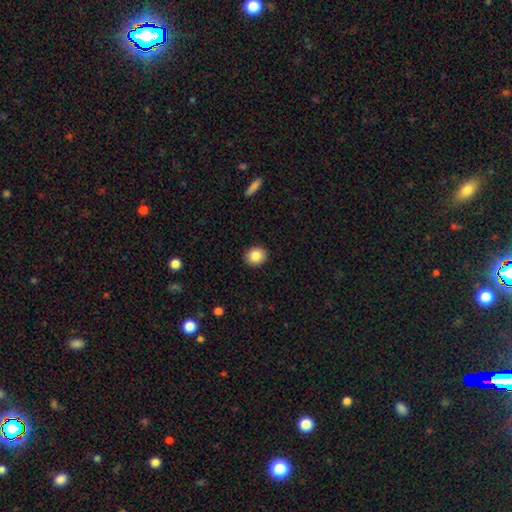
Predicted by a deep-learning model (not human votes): smooth-or-featured: smooth: 85% | star or artifact: 9% | featured or disk: 6%
  how-rounded: round: 77% | in between: 22% | cigar-shaped: 1%
  merging: none: 92% | minor disturbance: 6% | major disturbance: 2% | merger: 1%